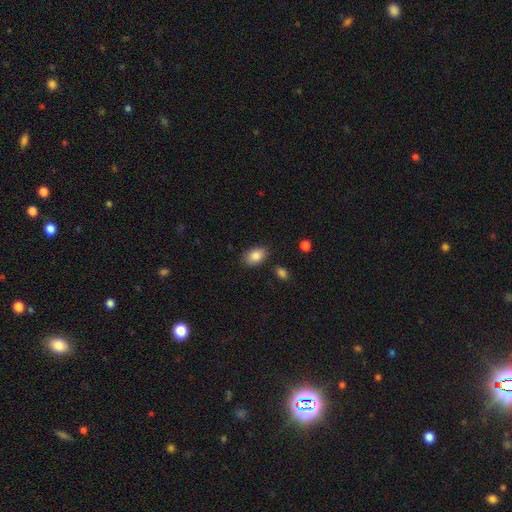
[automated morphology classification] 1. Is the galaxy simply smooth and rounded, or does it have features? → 86% smooth, 8% star or artifact, 6% featured or disk.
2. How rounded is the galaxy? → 87% in between, 12% round, 1% cigar-shaped.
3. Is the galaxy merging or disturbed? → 83% none, 12% minor disturbance, 3% major disturbance, 3% merger.